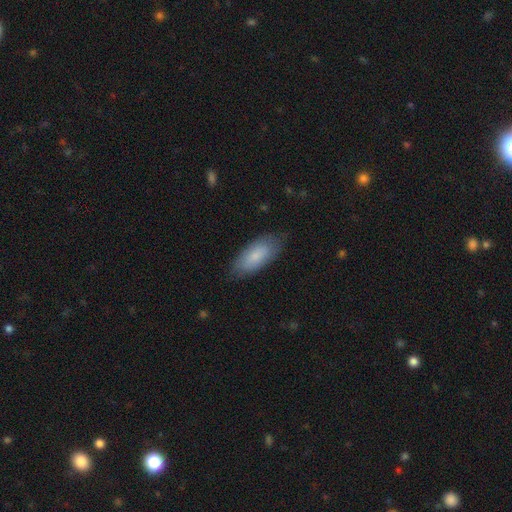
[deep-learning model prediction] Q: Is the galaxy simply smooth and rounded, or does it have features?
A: smooth — 80%.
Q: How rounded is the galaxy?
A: in between — 86%.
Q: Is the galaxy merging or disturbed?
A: none — 79%.